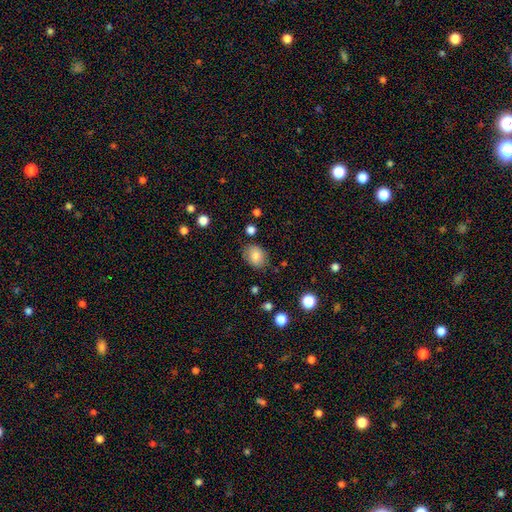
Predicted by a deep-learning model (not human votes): Smooth or featured? smooth (83%)
How rounded? in between (57%)
Merging? none (79%)